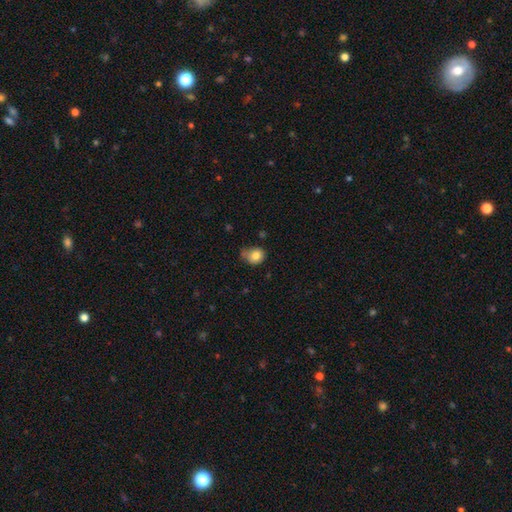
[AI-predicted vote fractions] This appears to be a smooth galaxy with no disk features (79%) that is round (64%). Merging: none (46%).